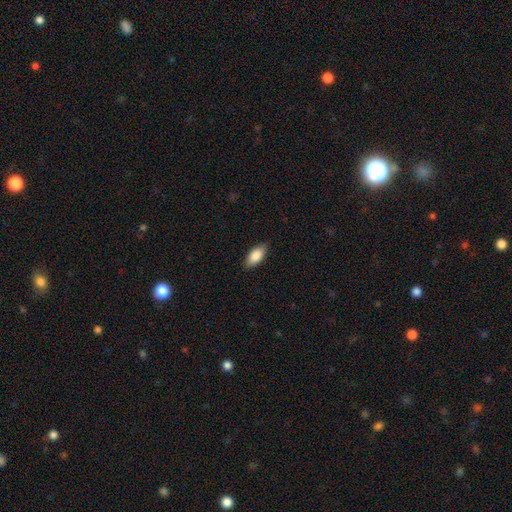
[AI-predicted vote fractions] Smooth or featured?
  - smooth: 85% *
  - featured or disk: 9%
  - star or artifact: 6%
How rounded?
  - in between: 89% *
  - cigar-shaped: 9%
  - round: 2%
Merging?
  - none: 88% *
  - minor disturbance: 9%
  - major disturbance: 2%
  - merger: 1%